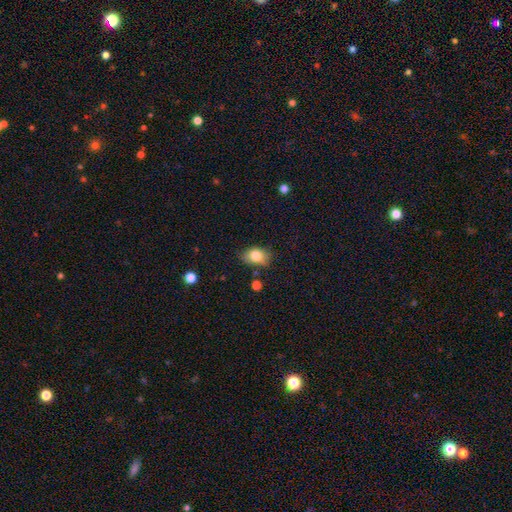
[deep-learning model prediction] smooth-or-featured: smooth: 82% | featured or disk: 9% | star or artifact: 9%
  how-rounded: in between: 78% | round: 21% | cigar-shaped: 1%
  merging: none: 72% | minor disturbance: 21% | major disturbance: 4% | merger: 4%